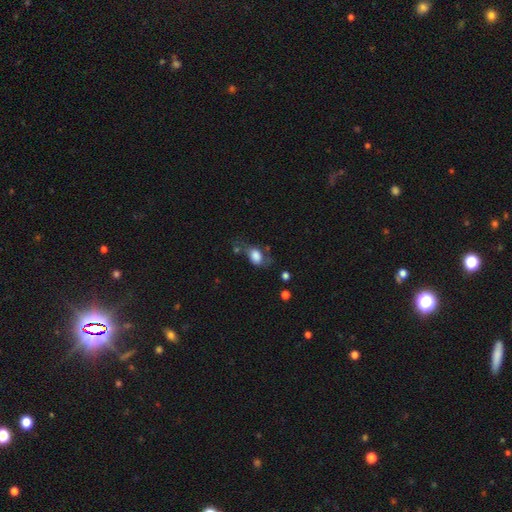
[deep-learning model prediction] Smooth or featured?
  - smooth: 74% *
  - featured or disk: 17%
  - star or artifact: 9%
How rounded?
  - in between: 76% *
  - round: 21%
  - cigar-shaped: 2%
Merging?
  - none: 37% *
  - minor disturbance: 28%
  - major disturbance: 27%
  - merger: 8%